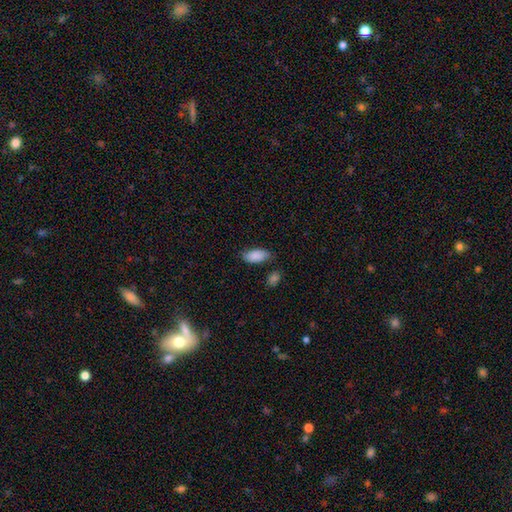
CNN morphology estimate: smooth-or-featured: smooth: 87% | star or artifact: 6% | featured or disk: 6%
  how-rounded: in between: 92% | cigar-shaped: 6% | round: 2%
  merging: none: 73% | minor disturbance: 17% | merger: 5% | major disturbance: 4%